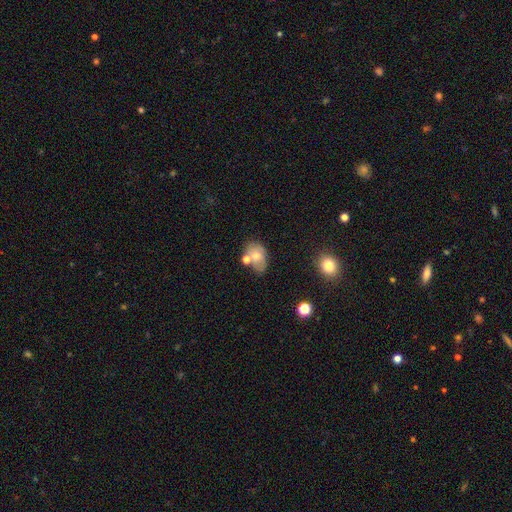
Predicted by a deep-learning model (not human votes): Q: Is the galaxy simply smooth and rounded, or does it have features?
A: smooth — 62%.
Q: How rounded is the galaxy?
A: in between — 79%.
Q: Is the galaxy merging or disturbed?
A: none — 49%.